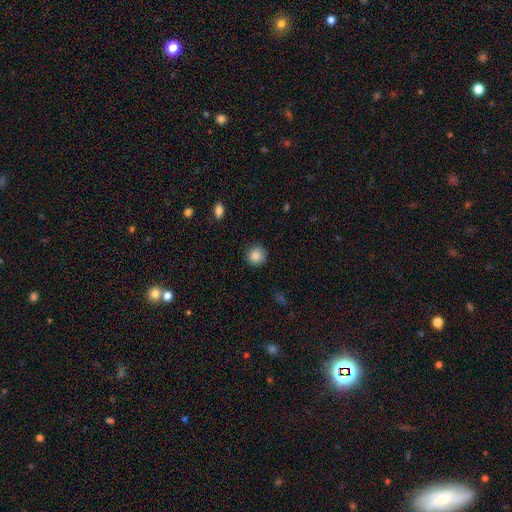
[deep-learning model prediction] Smooth or featured: smooth — 86% (star or artifact — 9%)
How rounded: round — 92% (in between — 7%)
Merging: none — 87% (minor disturbance — 9%)